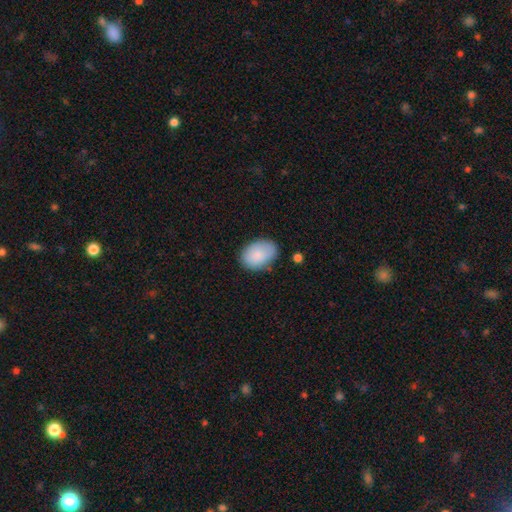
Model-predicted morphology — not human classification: Smooth or featured? smooth (86%)
How rounded? in between (82%)
Merging? none (77%)